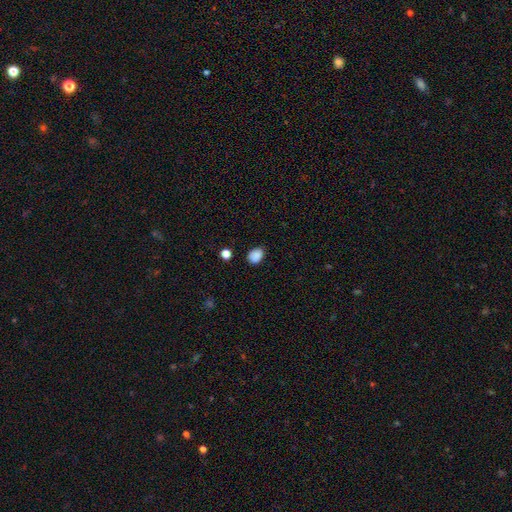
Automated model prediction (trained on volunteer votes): smooth-or-featured: smooth: 86% | star or artifact: 10% | featured or disk: 4%
  how-rounded: in between: 65% | round: 34% | cigar-shaped: 1%
  merging: none: 78% | minor disturbance: 17% | major disturbance: 3% | merger: 2%